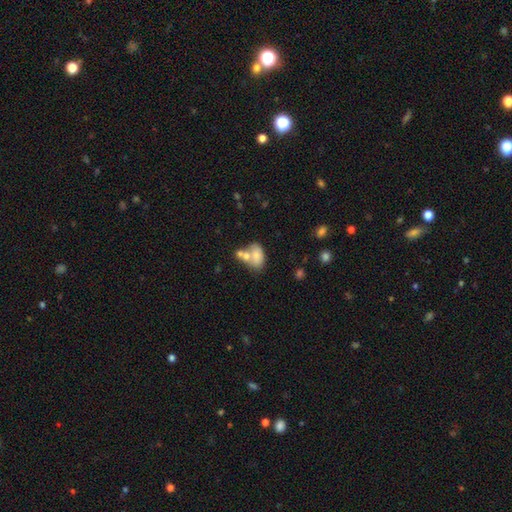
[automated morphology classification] type=smooth (68%); roundness=in between (86%); merging=merger (48%).